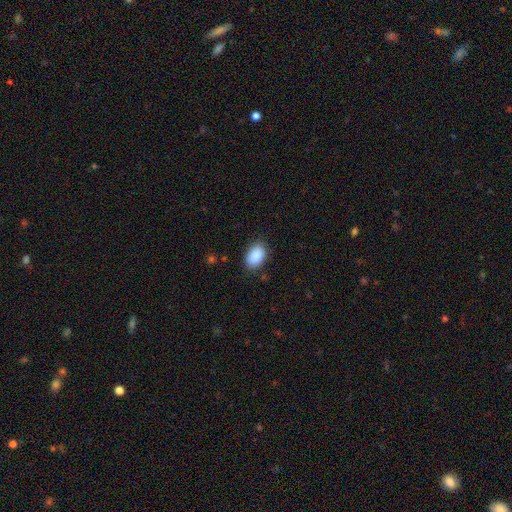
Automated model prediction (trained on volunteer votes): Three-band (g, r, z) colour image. It shows a smooth galaxy with no disk features (90%) that is in between round and cigar-shaped (89%). Merging: none (84%).